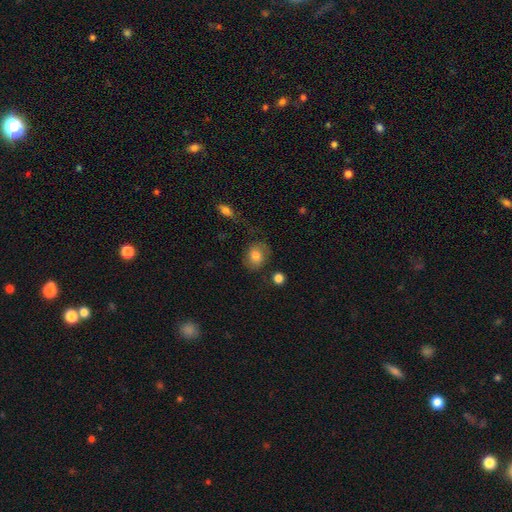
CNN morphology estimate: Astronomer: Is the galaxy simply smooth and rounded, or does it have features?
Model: smooth — 75%.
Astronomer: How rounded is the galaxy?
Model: round — 58% (runner-up: in between, 41%).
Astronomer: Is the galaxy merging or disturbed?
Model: none — 64%.